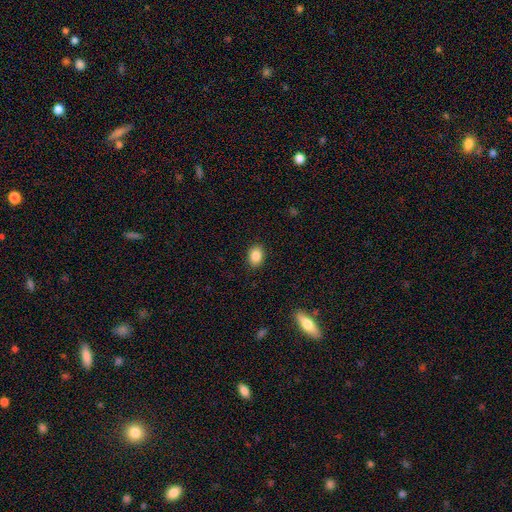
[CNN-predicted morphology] Smooth or featured: smooth — 87% (star or artifact — 8%)
How rounded: in between — 68% (round — 31%)
Merging: none — 89% (minor disturbance — 8%)